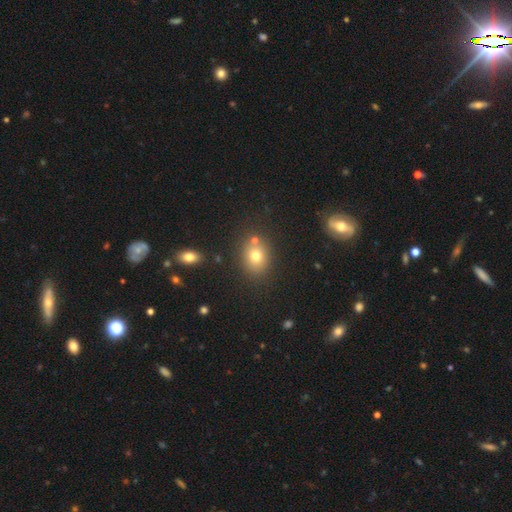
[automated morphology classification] This is likely a smooth galaxy (74%). How rounded: possibly round (59%). Merging: likely none (75%).